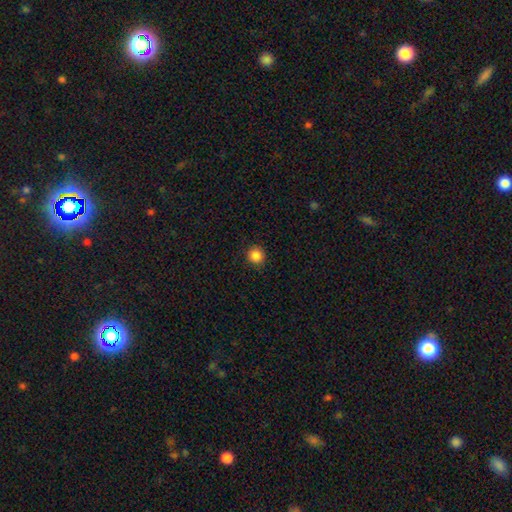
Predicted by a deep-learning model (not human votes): Smooth or featured: smooth — 87% (star or artifact — 11%)
How rounded: round — 94% (in between — 5%)
Merging: none — 90% (minor disturbance — 7%)